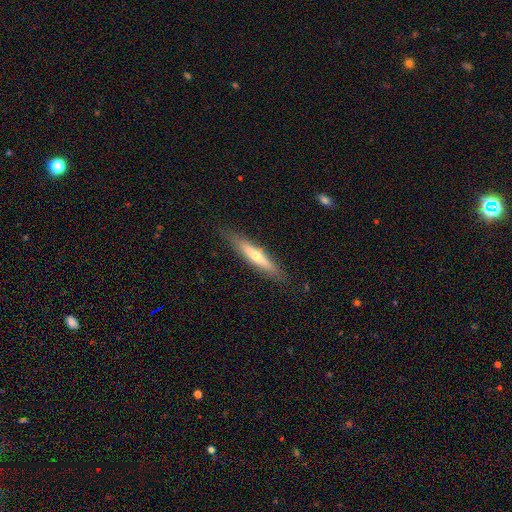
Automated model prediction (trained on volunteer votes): smooth 48%, featured or disk 46%, star or artifact 6%. Down the decision tree: merging — none (86%).